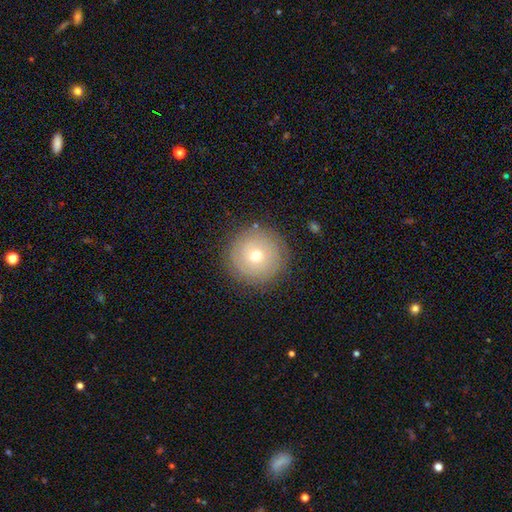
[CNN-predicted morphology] Smooth or featured: smooth — 49% (featured or disk — 39%)
Merging: none — 87% (minor disturbance — 9%)